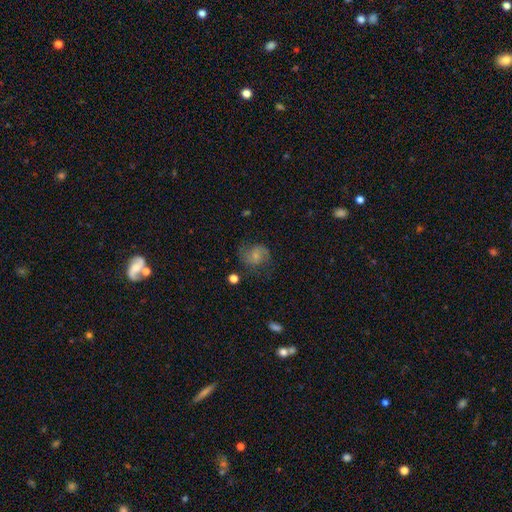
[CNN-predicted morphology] Overall: featured or disk (49%; smooth 40%). Merging: none (61%; minor disturbance 23%).